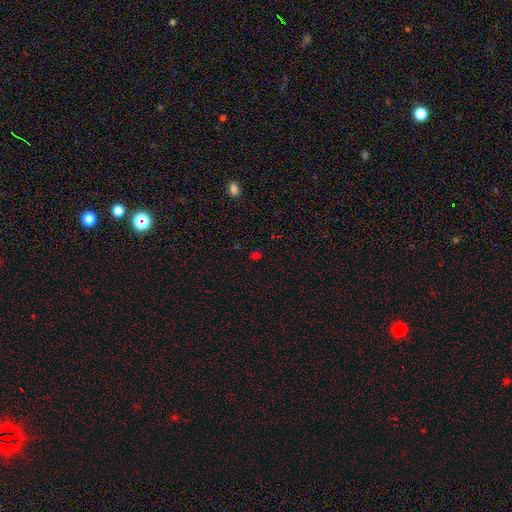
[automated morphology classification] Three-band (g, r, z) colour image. It shows a smooth galaxy with no disk features (52%) that is round (77%). Merging: none (81%).